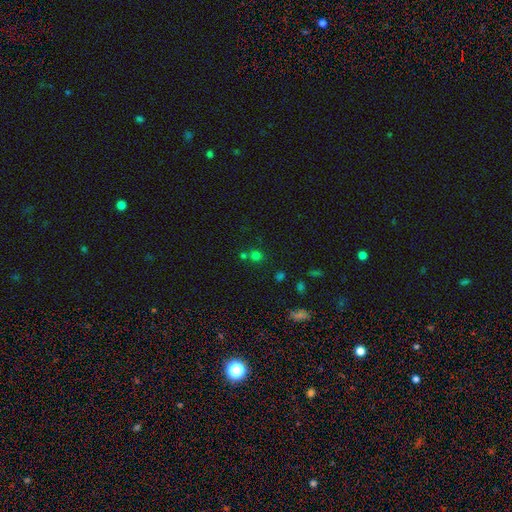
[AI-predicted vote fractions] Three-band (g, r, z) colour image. It shows a smooth galaxy with no disk features (63%) that is round (88%). Merging: none (62%).